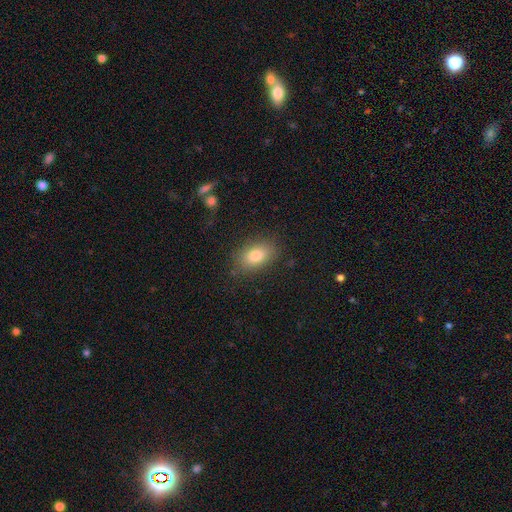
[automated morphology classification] This appears to be a smooth galaxy with no disk features (83%) that is in between round and cigar-shaped (88%). Merging: none (82%).